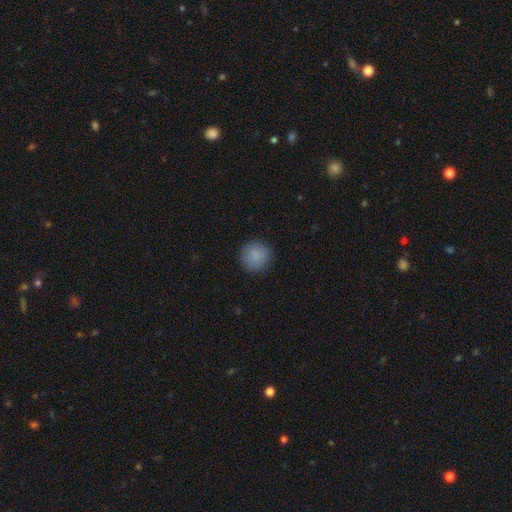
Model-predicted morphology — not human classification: The model was most divided on "smooth or featured": smooth: 88%, star or artifact: 8%, featured or disk: 4%. More confident: how rounded — round (94%); merging — none (90%).